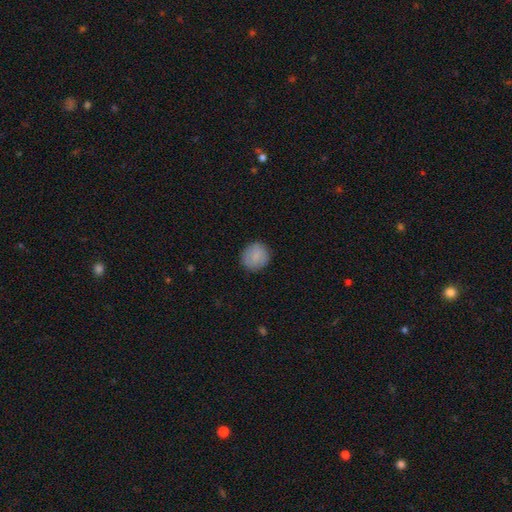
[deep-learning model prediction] This is clearly a smooth galaxy (85%). How rounded: clearly round (86%). Merging: clearly none (87%).